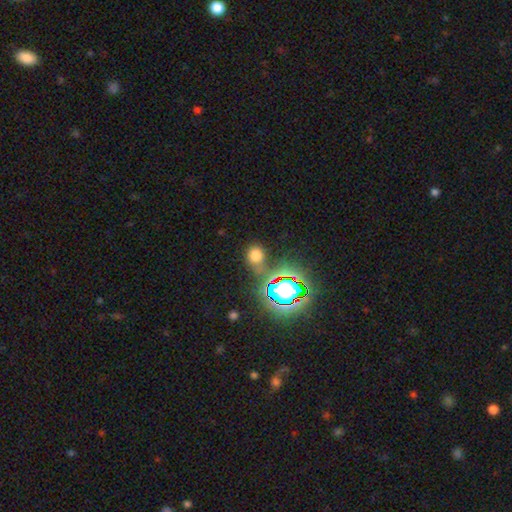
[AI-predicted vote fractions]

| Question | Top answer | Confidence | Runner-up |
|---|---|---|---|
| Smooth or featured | smooth | 61% | star or artifact (31%) |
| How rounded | round | 71% | in between (27%) |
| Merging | none | 63% | minor disturbance (16%) |